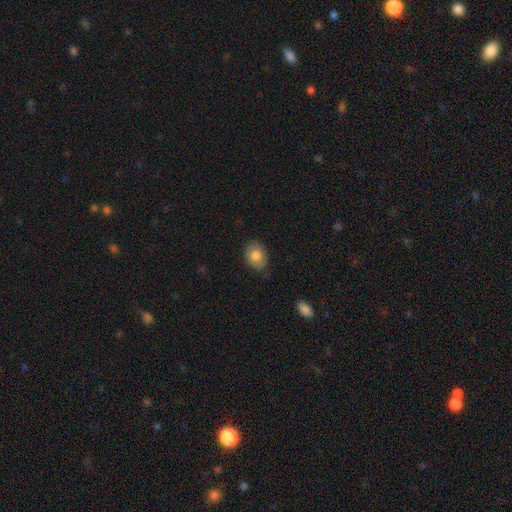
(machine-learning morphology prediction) This is likely a smooth galaxy (80%). How rounded: likely in between (63%). Merging: likely none (80%).